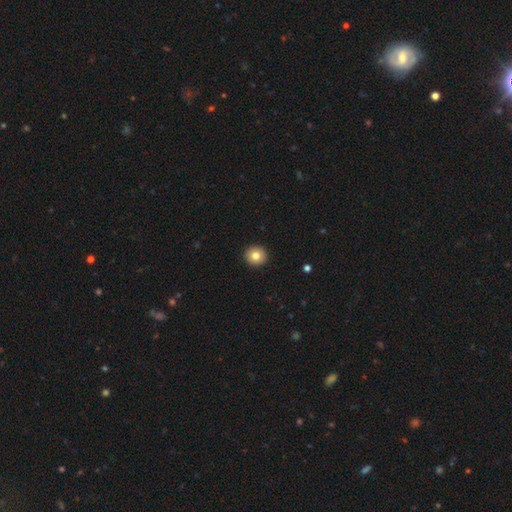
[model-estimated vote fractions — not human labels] This is clearly a smooth galaxy (81%). How rounded: clearly round (92%). Merging: clearly none (94%).